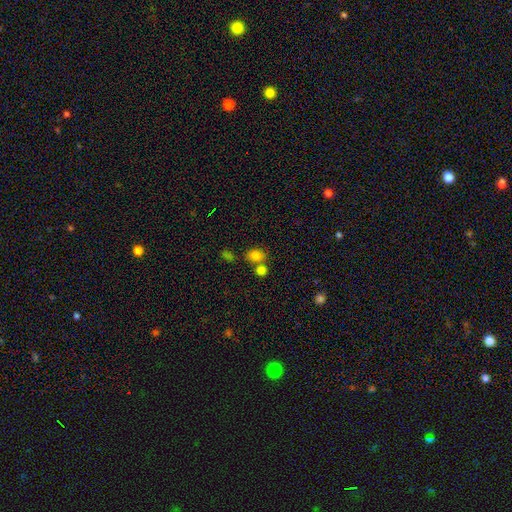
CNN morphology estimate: smooth-or-featured: smooth: 79% | star or artifact: 14% | featured or disk: 6%
  how-rounded: in between: 55% | round: 44% | cigar-shaped: 1%
  merging: none: 53% | merger: 31% | minor disturbance: 11% | major disturbance: 5%